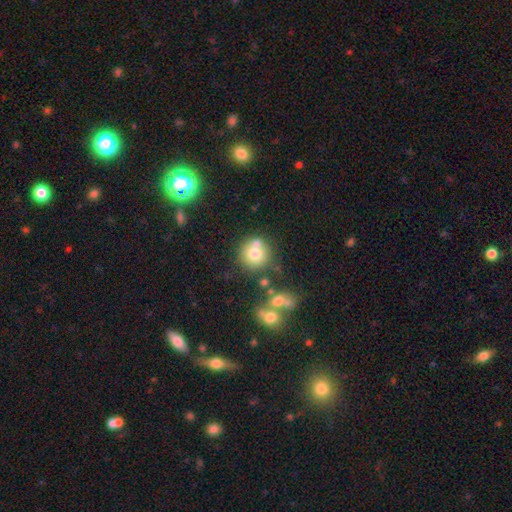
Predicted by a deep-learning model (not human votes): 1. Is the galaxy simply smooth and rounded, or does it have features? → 66% smooth, 19% star or artifact, 16% featured or disk.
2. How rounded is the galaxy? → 90% round, 9% in between, 1% cigar-shaped.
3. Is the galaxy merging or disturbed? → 60% none, 25% merger, 10% minor disturbance, 4% major disturbance.